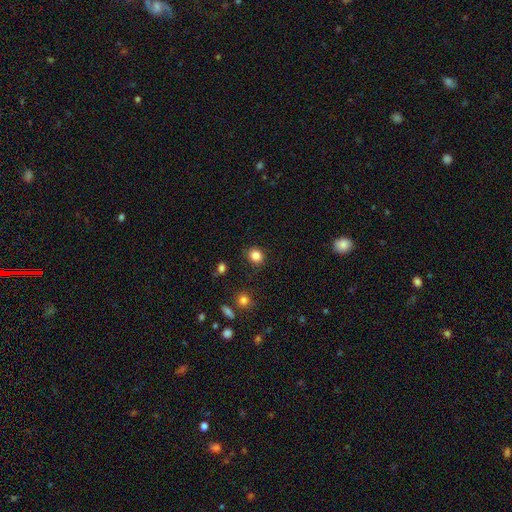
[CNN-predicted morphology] A smooth galaxy with no disk features (84%) that is round (78%). Merging: none (86%).